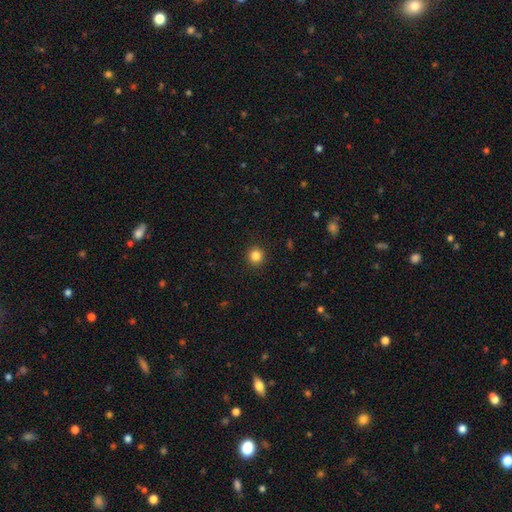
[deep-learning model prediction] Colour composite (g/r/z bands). It shows a smooth galaxy with no disk features (84%) that is round (94%). Merging: none (93%).